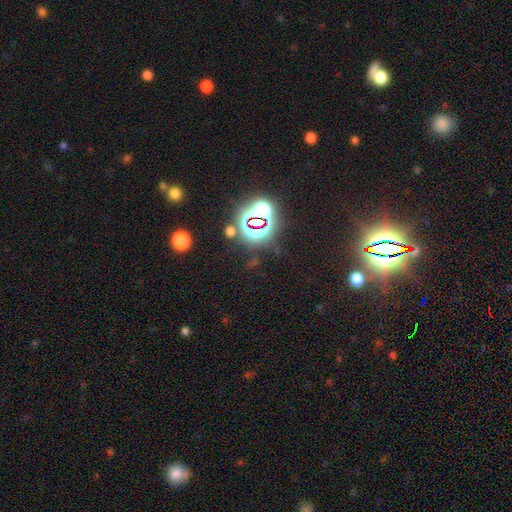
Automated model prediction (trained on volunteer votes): This is clearly a star or artifact rather than a galaxy (81%).